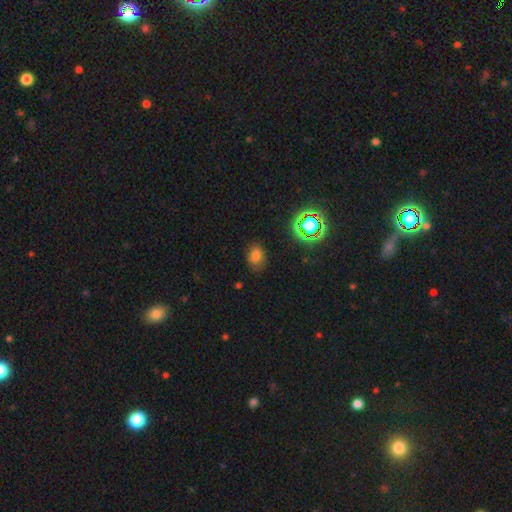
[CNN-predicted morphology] The model was most divided on "how rounded": in between: 65%, round: 34%, cigar-shaped: 1%. More confident: merging — none (76%); smooth or featured — smooth (71%).